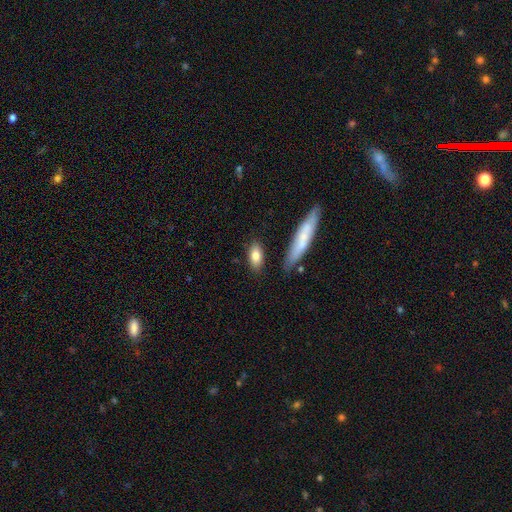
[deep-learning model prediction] Overall: smooth (80%). How rounded: in between (80%). Merging: none (80%).